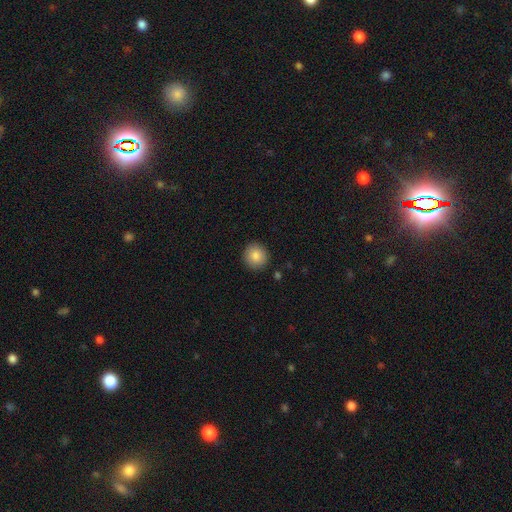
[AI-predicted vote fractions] smooth_or_featured: smooth (p=0.86) [alt: star or artifact p=0.08]
how_rounded: round (p=0.91) [alt: in between p=0.08]
merging: none (p=0.91) [alt: minor disturbance p=0.06]